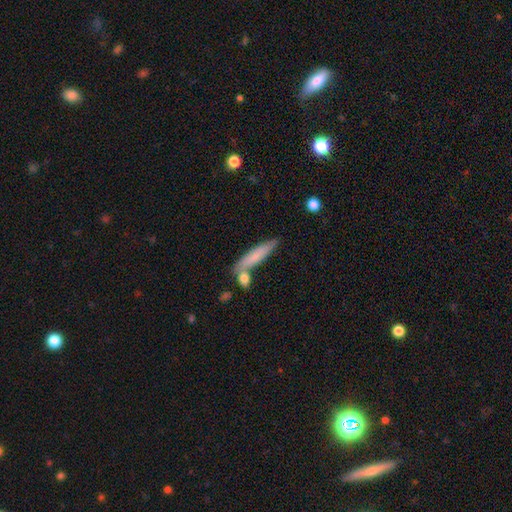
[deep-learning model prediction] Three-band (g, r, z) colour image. It shows a smooth galaxy with no disk features (73%) that is cigar-shaped (83%). Merging: none (66%).